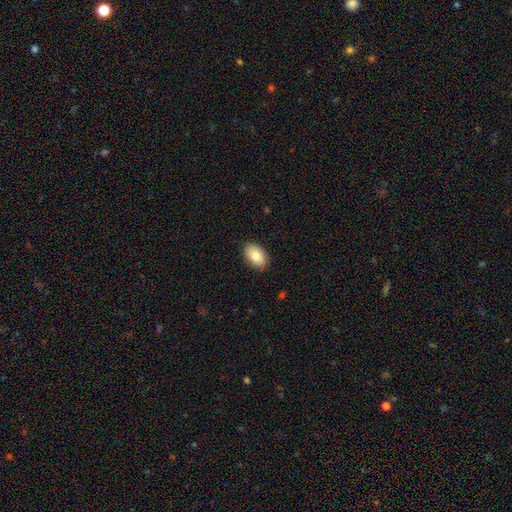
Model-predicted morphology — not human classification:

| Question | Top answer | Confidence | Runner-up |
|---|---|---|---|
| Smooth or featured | smooth | 83% | featured or disk (10%) |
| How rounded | in between | 90% | round (9%) |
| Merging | none | 88% | minor disturbance (9%) |